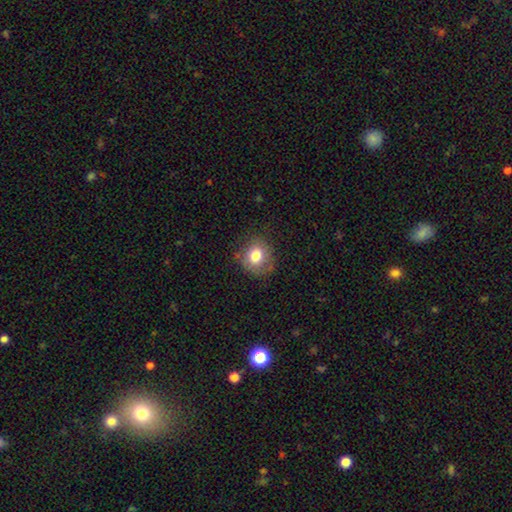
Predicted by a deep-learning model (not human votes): This appears to be a smooth galaxy with no disk features (78%) that is round (77%). Merging: none (77%).